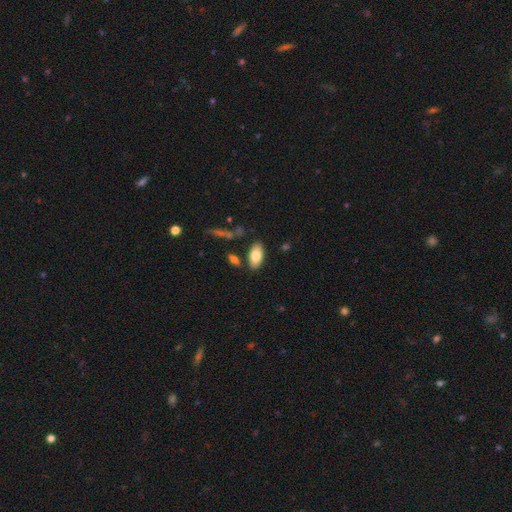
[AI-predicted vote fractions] Smooth or featured: smooth — 81% (featured or disk — 13%)
How rounded: in between — 93% (cigar-shaped — 4%)
Merging: none — 82% (minor disturbance — 11%)